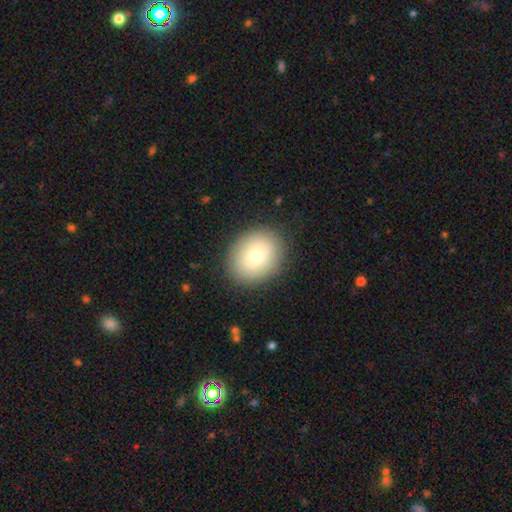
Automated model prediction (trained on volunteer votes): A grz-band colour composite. It shows a smooth galaxy with no disk features (78%) that is round (58%). Merging: none (87%).